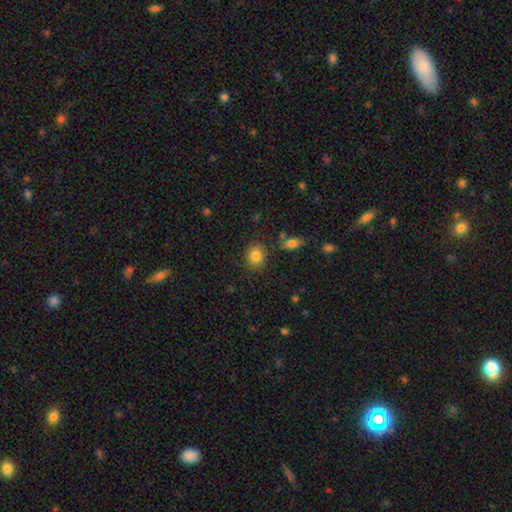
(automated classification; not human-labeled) A smooth galaxy with no disk features (84%) that is round (70%).

Vote fractions:
- Smooth or featured? smooth: 84% / star or artifact: 10% / featured or disk: 6%
- How rounded? round: 70% / in between: 29% / cigar-shaped: 1%
- Merging? none: 84% / minor disturbance: 10% / major disturbance: 3% / merger: 3%